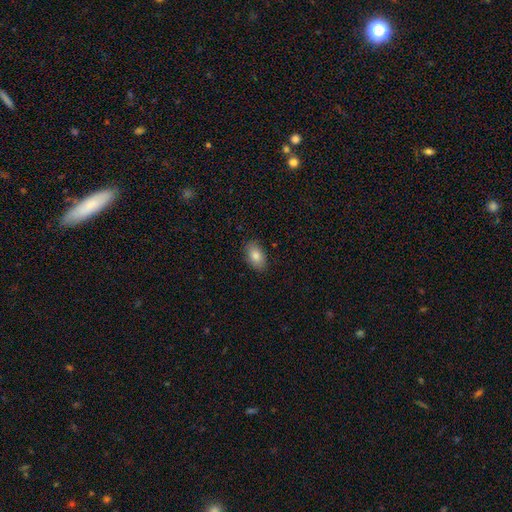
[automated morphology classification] Q: Smooth or featured?
A: smooth (84%); runner-up: featured or disk (9%)
Q: How rounded?
A: in between (92%); runner-up: round (6%)
Q: Merging?
A: none (87%); runner-up: minor disturbance (10%)